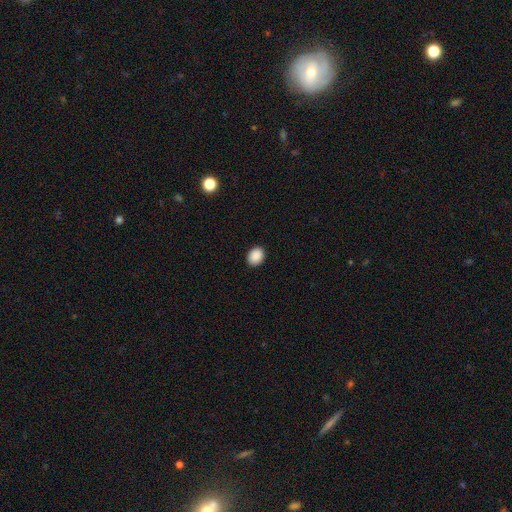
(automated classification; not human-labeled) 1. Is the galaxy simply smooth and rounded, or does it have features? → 90% smooth, 8% star or artifact, 2% featured or disk.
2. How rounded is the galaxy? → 59% in between, 40% round, 1% cigar-shaped.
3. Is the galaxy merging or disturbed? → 90% none, 7% minor disturbance, 2% major disturbance, 1% merger.